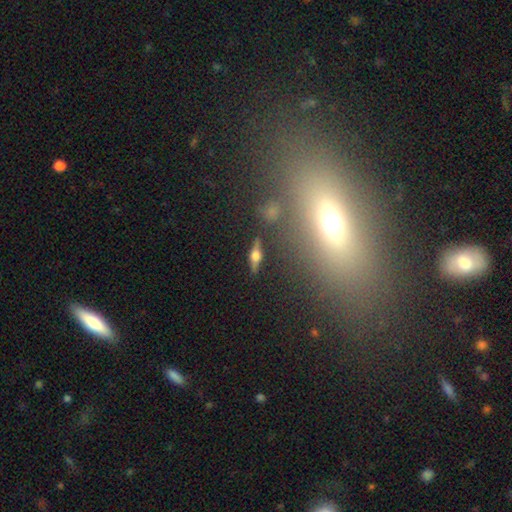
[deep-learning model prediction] featured or disk 65%, smooth 25%, star or artifact 10%. Down the decision tree: edge-on disk — yes (93%); edge-on bulge — rounded (93%); merging — none (85%).